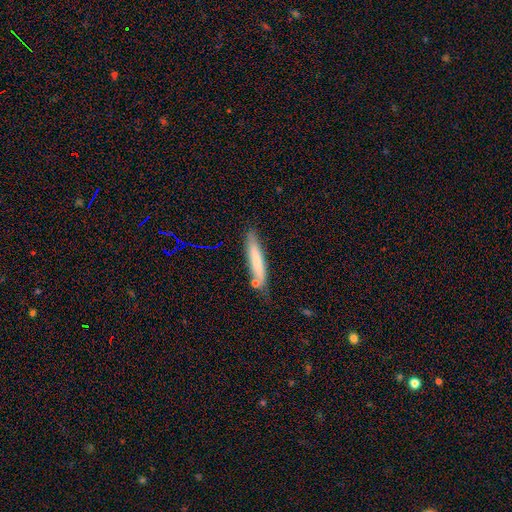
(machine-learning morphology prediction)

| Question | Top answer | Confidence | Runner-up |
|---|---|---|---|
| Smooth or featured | smooth | 65% | featured or disk (26%) |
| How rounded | cigar-shaped | 92% | in between (7%) |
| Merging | none | 80% | minor disturbance (14%) |